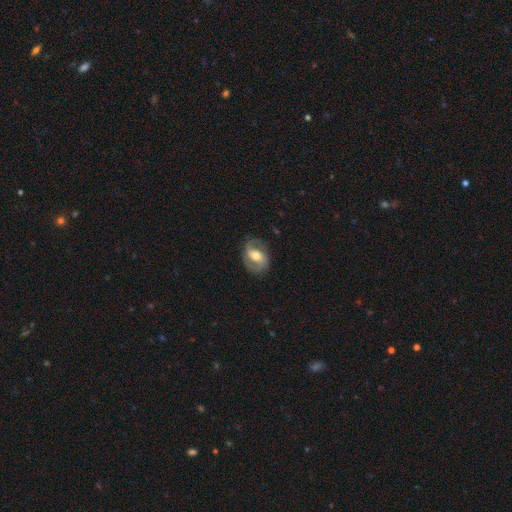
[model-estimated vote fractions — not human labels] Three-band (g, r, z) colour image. It shows a featured or disk galaxy (74%) with a weak bar (42%), 2 (86%) medium (48%) spiral arms (88%) and a moderate central bulge (70%). Merging: none (75%).